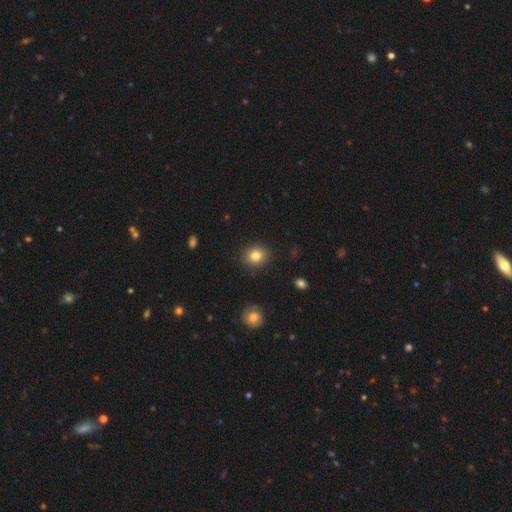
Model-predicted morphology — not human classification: A smooth galaxy with no disk features (82%) that is round (73%).

Vote fractions:
- Smooth or featured? smooth: 82% / star or artifact: 10% / featured or disk: 8%
- How rounded? round: 73% / in between: 26% / cigar-shaped: 1%
- Merging? none: 90% / minor disturbance: 7% / major disturbance: 2% / merger: 1%